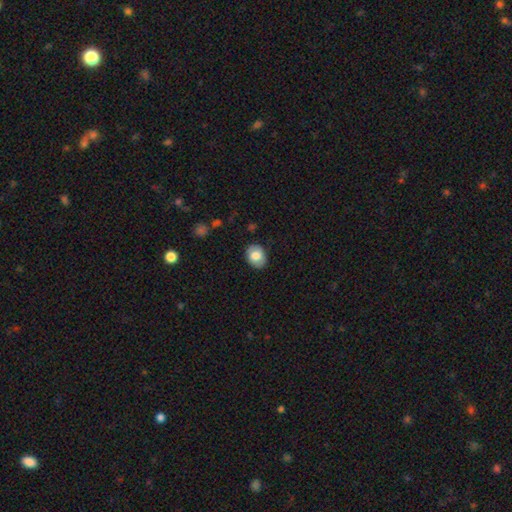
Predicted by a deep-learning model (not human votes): smooth_or_featured: smooth (p=0.76) [alt: featured or disk p=0.16]
how_rounded: in between (p=0.65) [alt: round p=0.34]
merging: none (p=0.84) [alt: minor disturbance p=0.12]